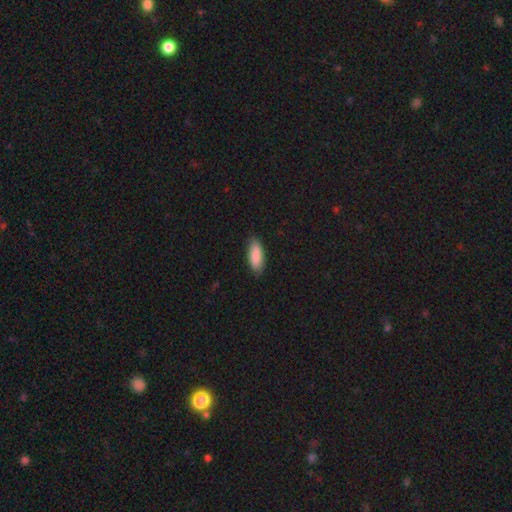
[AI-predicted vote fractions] Smooth or featured? Predicted: smooth (p=0.88). How rounded? Predicted: in between (p=0.75). Merging? Predicted: none (p=0.84).